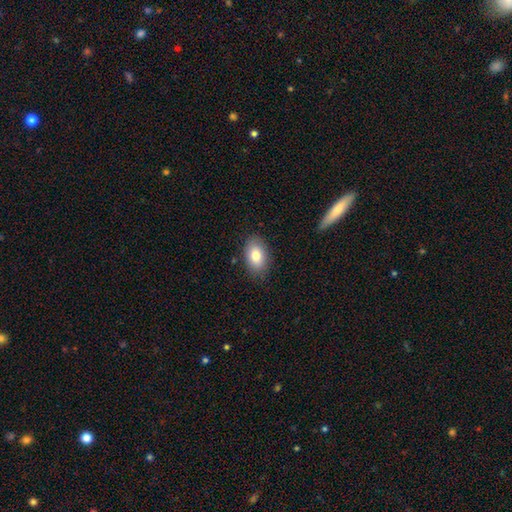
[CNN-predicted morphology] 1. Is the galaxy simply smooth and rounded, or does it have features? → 83% smooth, 10% featured or disk, 7% star or artifact.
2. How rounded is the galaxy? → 91% in between, 7% round, 2% cigar-shaped.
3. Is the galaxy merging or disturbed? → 84% none, 12% minor disturbance, 3% major disturbance, 1% merger.